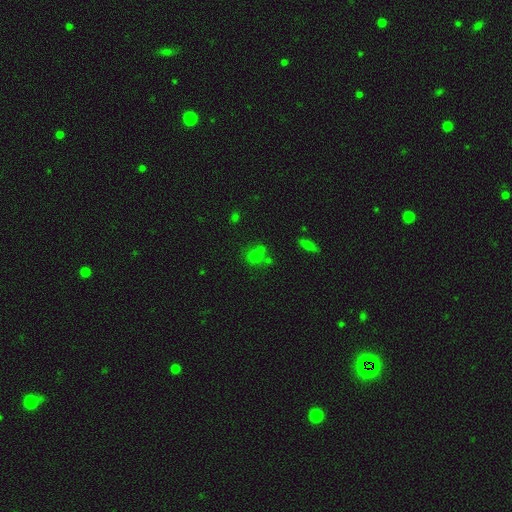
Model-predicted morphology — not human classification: A smooth galaxy with no disk features (65%) that is round (75%).

Vote fractions:
- Smooth or featured? smooth: 65% / star or artifact: 23% / featured or disk: 12%
- How rounded? round: 75% / in between: 23% / cigar-shaped: 2%
- Merging? none: 50% / merger: 32% / minor disturbance: 12% / major disturbance: 7%